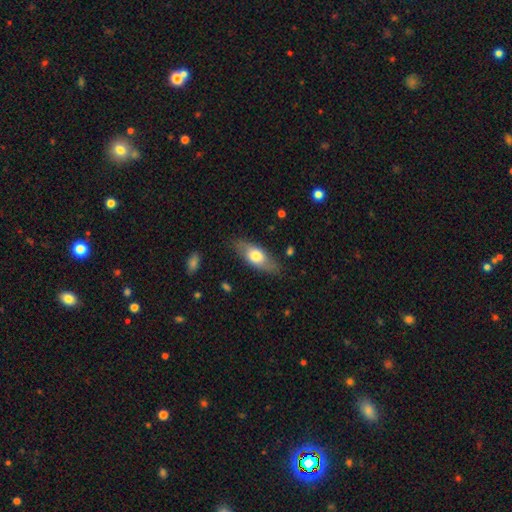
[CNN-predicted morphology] Overall: smooth (65%; featured or disk 30%). How rounded: in between (75%). Merging: none (79%).